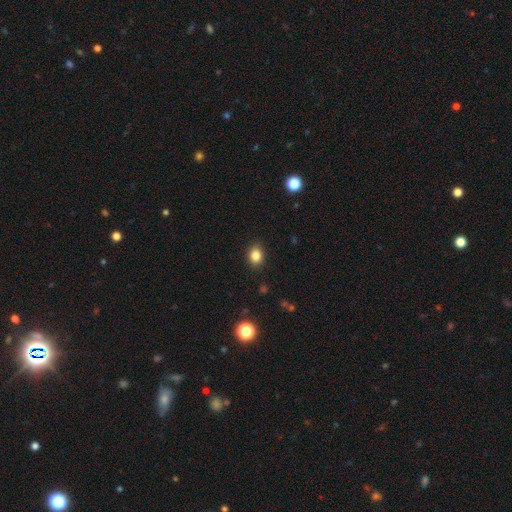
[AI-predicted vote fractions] Overall: smooth (84%). How rounded: in between (53%; round 46%). Merging: none (87%).